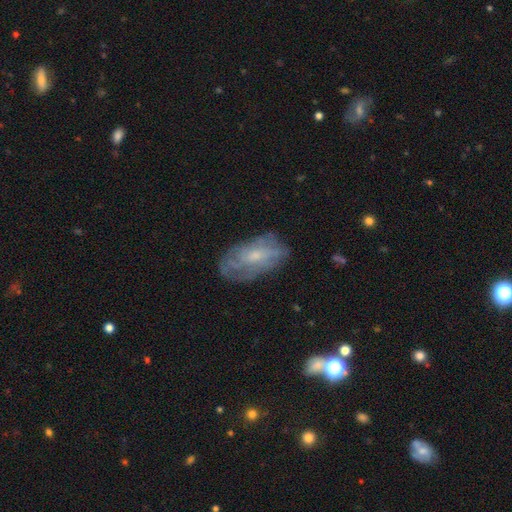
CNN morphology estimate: The model was most divided on "smooth or featured": featured or disk: 56%, smooth: 36%, star or artifact: 8%. More confident: edge-on disk — no (91%); merging — none (66%); bar — no (64%); spiral arms — yes (60%); bulge size — small (57%).